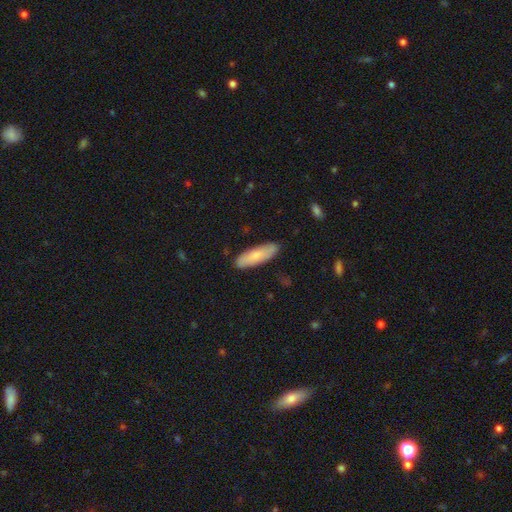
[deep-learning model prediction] Smooth or featured: smooth — 77% (featured or disk — 18%)
How rounded: cigar-shaped — 55% (in between — 44%)
Merging: none — 87% (minor disturbance — 10%)